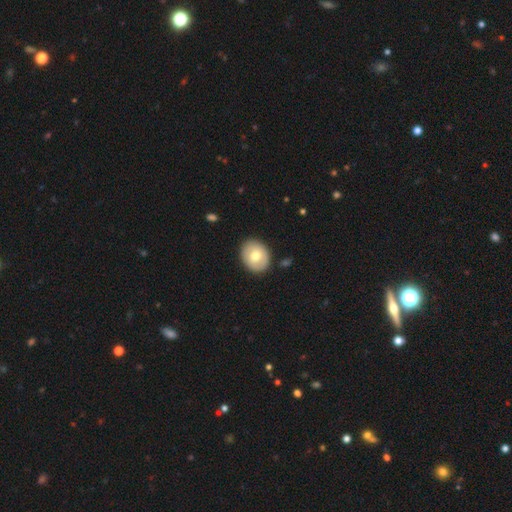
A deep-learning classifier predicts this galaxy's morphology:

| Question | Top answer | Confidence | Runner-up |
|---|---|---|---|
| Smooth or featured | smooth | 66% | featured or disk (28%) |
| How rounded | round | 52% | in between (47%) |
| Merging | none | 87% | minor disturbance (9%) |